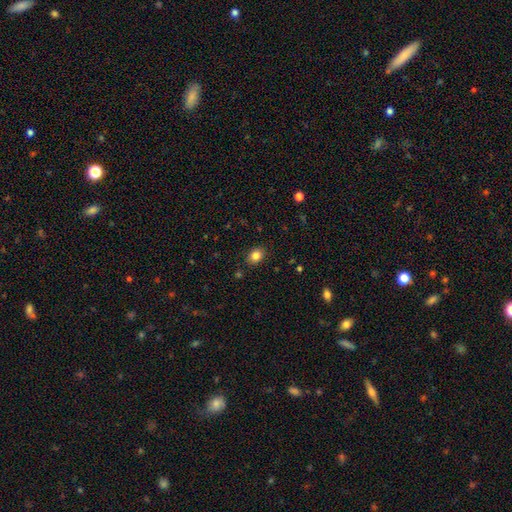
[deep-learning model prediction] Morphology: type=smooth (84%); roundness=in between (59%); merging=none (87%).